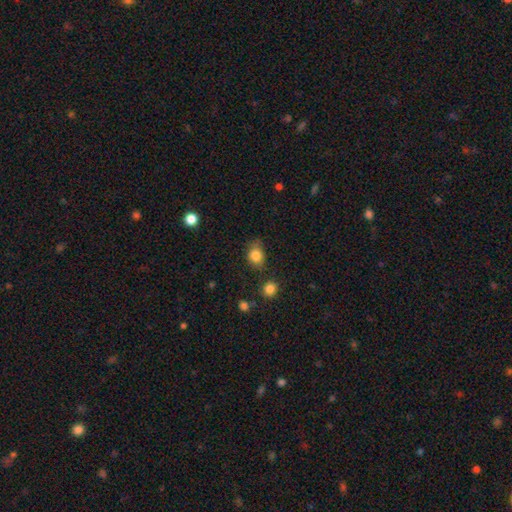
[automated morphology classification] type=smooth (83%); roundness=in between (51%); merging=none (62%).